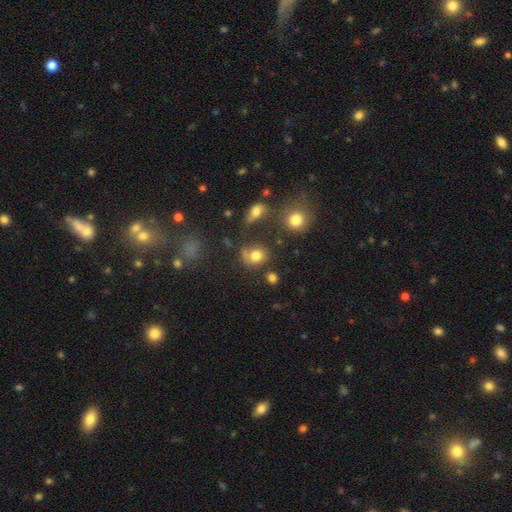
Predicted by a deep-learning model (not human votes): The model was most divided on "merging": none: 53%, minor disturbance: 21%, merger: 13%, major disturbance: 13%. More confident: smooth or featured — smooth (77%); how rounded — round (68%).